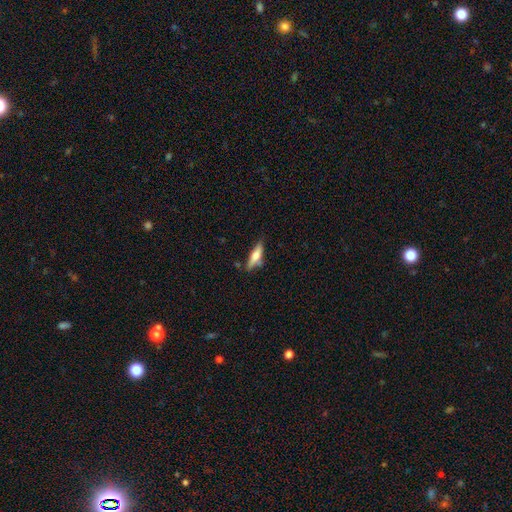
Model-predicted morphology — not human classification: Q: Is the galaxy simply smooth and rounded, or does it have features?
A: smooth — 57%.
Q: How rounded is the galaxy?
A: cigar-shaped — 67%.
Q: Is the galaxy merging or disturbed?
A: none — 67%.